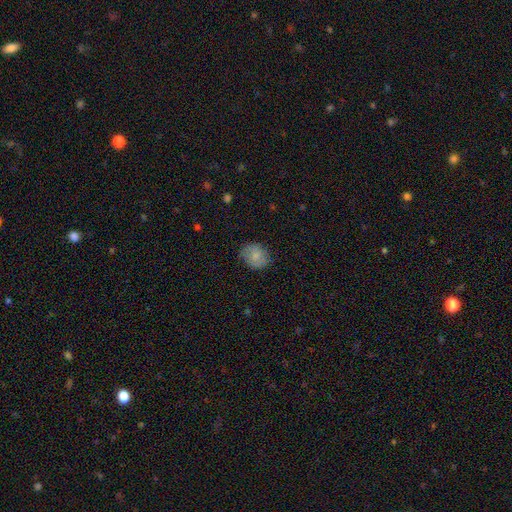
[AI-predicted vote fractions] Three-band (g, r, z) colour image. It shows a smooth galaxy with no disk features (78%) that is round (53%). Merging: none (76%).